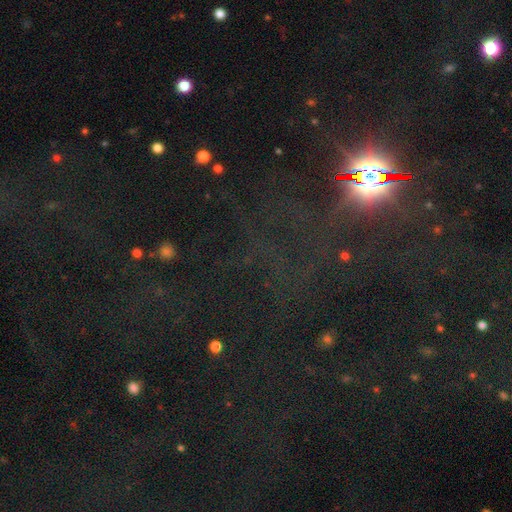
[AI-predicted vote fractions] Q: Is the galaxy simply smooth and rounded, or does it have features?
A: star or artifact — 77%.